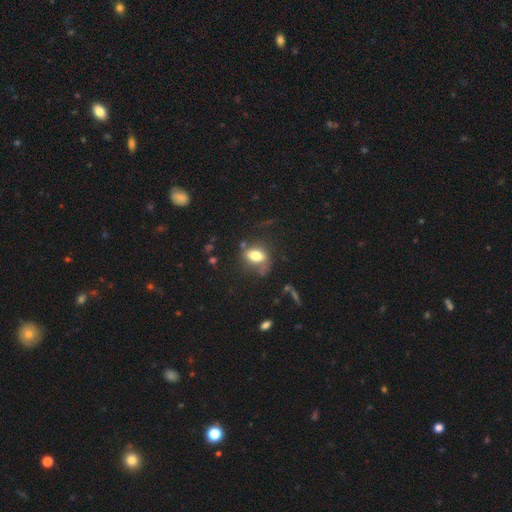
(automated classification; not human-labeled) smooth_or_featured: smooth (p=0.72) [alt: featured or disk p=0.18]
how_rounded: in between (p=0.76) [alt: round p=0.21]
merging: none (p=0.54) [alt: minor disturbance p=0.25]